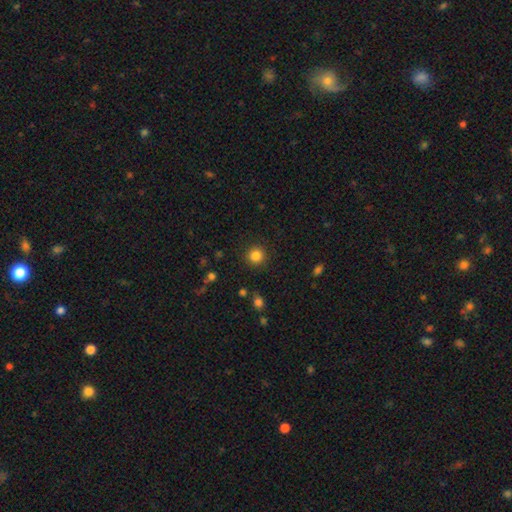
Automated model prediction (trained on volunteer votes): smooth-or-featured: smooth: 84% | star or artifact: 11% | featured or disk: 4%
  how-rounded: round: 93% | in between: 6% | cigar-shaped: 1%
  merging: none: 90% | minor disturbance: 6% | major disturbance: 3% | merger: 1%